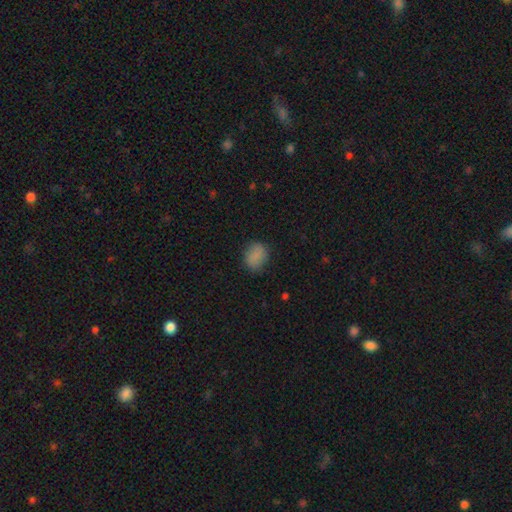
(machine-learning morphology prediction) This appears to be a smooth galaxy with no disk features (83%) that is in between round and cigar-shaped (52%). Merging: none (79%).